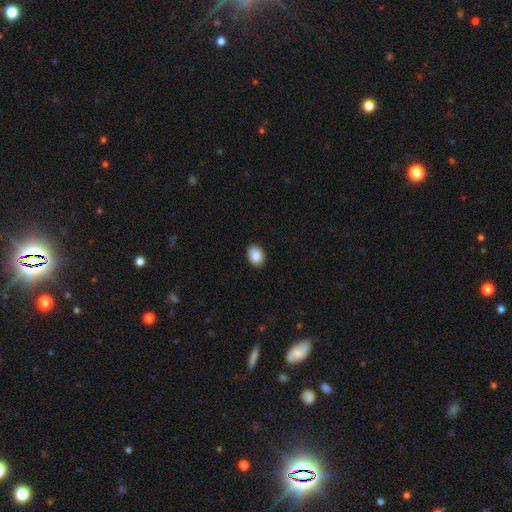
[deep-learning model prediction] A smooth galaxy with no disk features (88%) that is in between round and cigar-shaped (75%).

Vote fractions:
- Smooth or featured? smooth: 88% / star or artifact: 7% / featured or disk: 4%
- How rounded? in between: 75% / round: 24% / cigar-shaped: 1%
- Merging? none: 90% / minor disturbance: 8% / major disturbance: 2% / merger: 1%